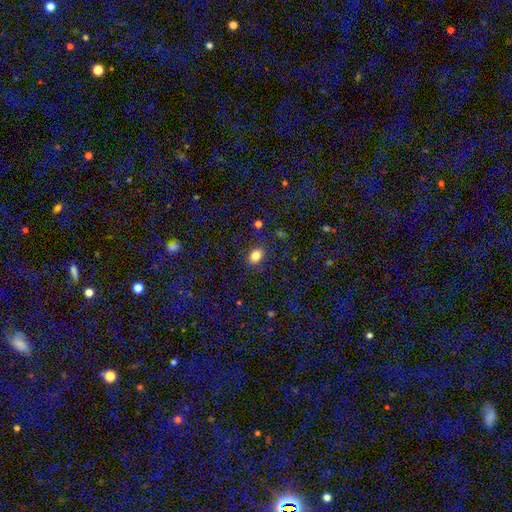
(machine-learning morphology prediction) smooth_or_featured: smooth (p=0.82) [alt: star or artifact p=0.10]
how_rounded: in between (p=0.76) [alt: round p=0.23]
merging: none (p=0.85) [alt: minor disturbance p=0.10]